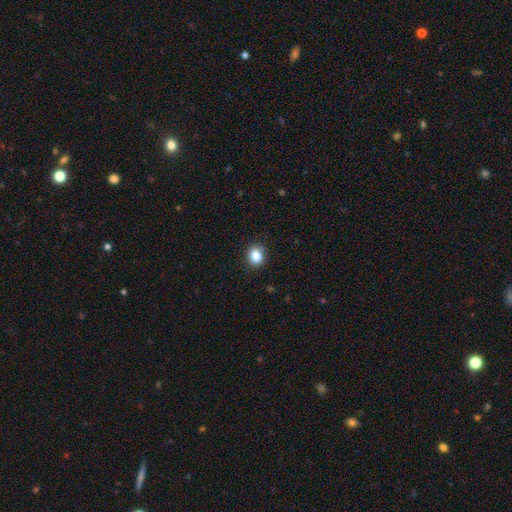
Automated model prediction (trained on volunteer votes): Smooth or featured? Predicted: smooth (p=0.86). How rounded? Predicted: round (p=0.61). Merging? Predicted: none (p=0.88).